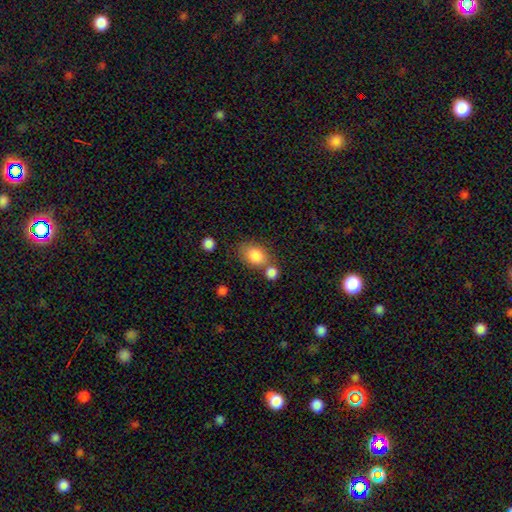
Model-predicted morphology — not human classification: A smooth galaxy with no disk features (85%) that is in between round and cigar-shaped (66%). Merging: none (51%).